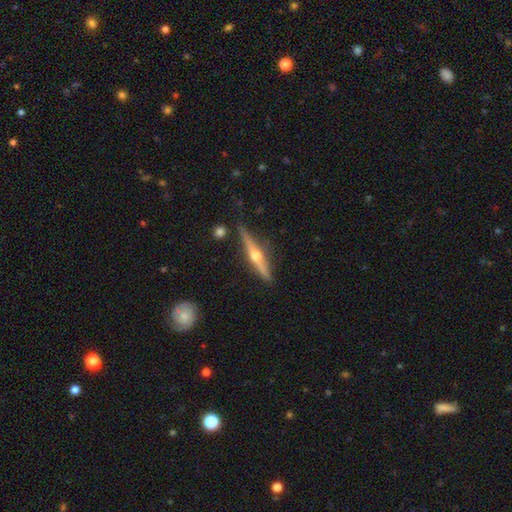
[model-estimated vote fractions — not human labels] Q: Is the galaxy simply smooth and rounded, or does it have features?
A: featured or disk — 80%.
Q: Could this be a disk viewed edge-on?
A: yes — 98%.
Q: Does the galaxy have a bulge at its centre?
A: rounded — 95%.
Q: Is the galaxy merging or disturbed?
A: none — 86%.